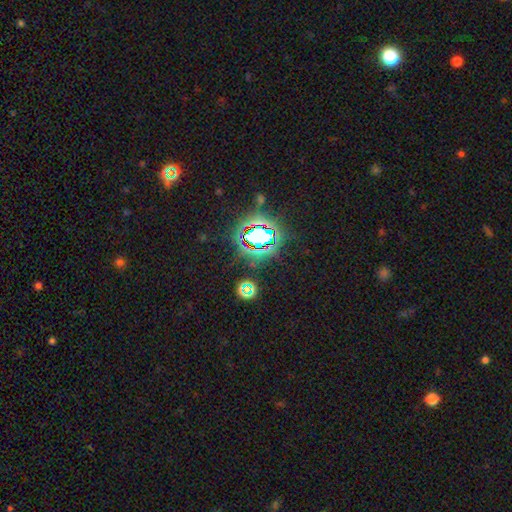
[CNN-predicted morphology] A star or artifact, not a galaxy (78%).

Vote fractions:
- Smooth or featured? star or artifact: 78% / smooth: 14% / featured or disk: 8%